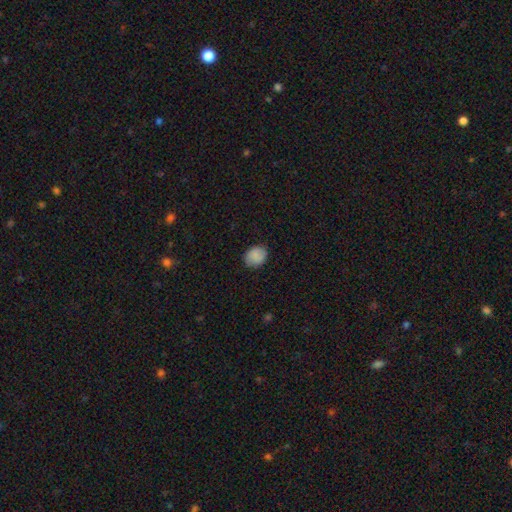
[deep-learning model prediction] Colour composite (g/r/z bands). It shows a smooth galaxy with no disk features (87%) that is round (59%). Merging: none (84%).